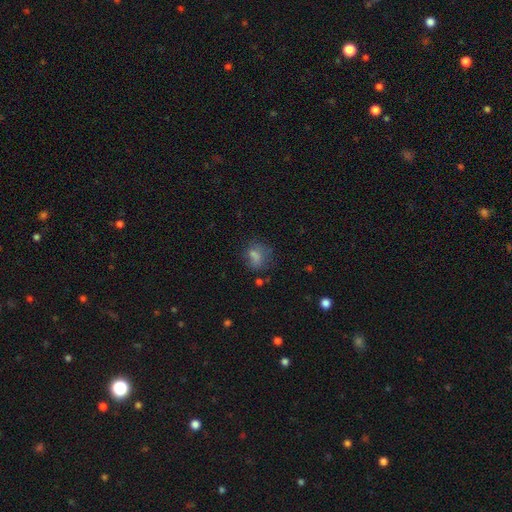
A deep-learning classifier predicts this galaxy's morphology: Smooth or featured? smooth (70%)
How rounded? round (51%)
Merging? none (49%)